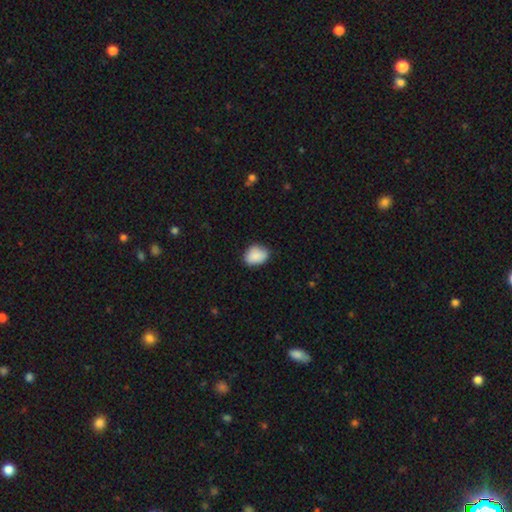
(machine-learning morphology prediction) This is clearly a smooth galaxy (88%). How rounded: likely in between (62%). Merging: likely none (77%).